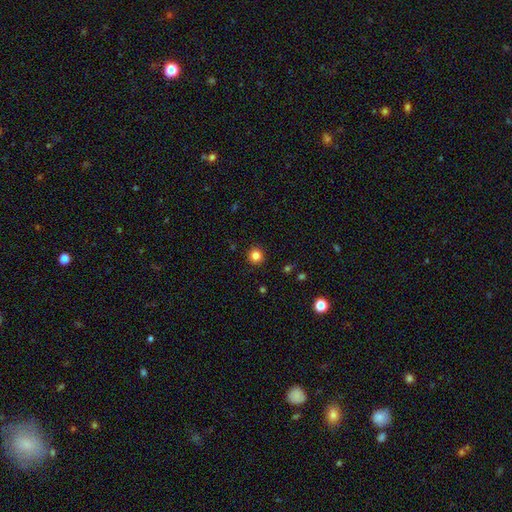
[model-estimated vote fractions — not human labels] Smooth or featured? Predicted: smooth (p=0.84). How rounded? Predicted: round (p=0.94). Merging? Predicted: none (p=0.93).